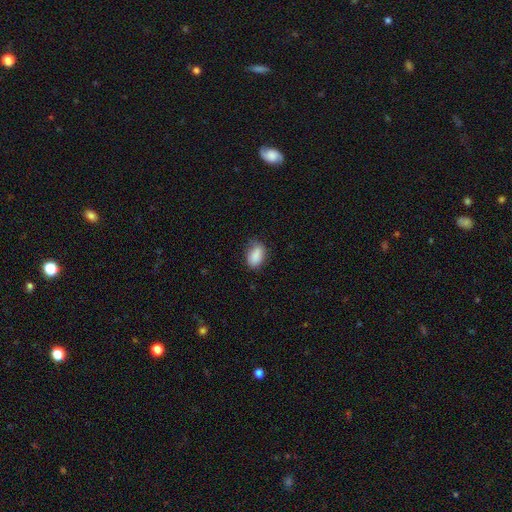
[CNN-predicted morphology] A smooth galaxy with no disk features (86%) that is in between round and cigar-shaped (89%).

Vote fractions:
- Smooth or featured? smooth: 86% / star or artifact: 7% / featured or disk: 7%
- How rounded? in between: 89% / round: 9% / cigar-shaped: 2%
- Merging? none: 69% / minor disturbance: 24% / major disturbance: 5% / merger: 1%